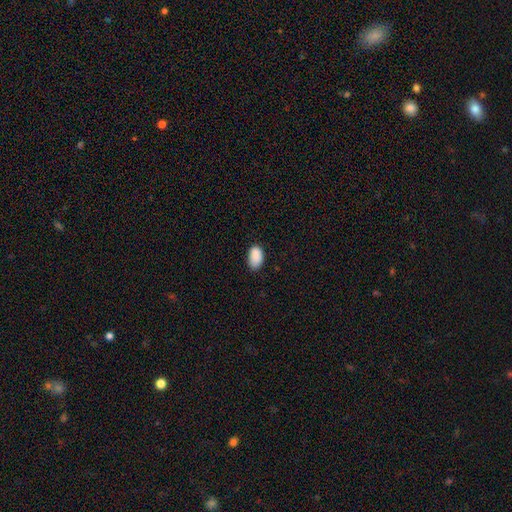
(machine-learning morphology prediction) A smooth galaxy with no disk features (89%) that is in between round and cigar-shaped (93%). Merging: none (77%).